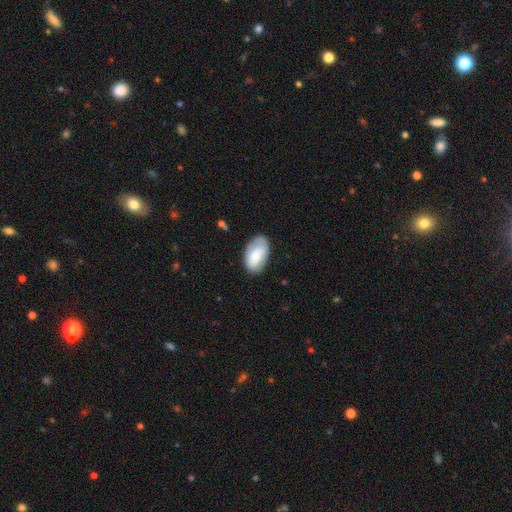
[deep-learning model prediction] Morphology: type=smooth (77%); roundness=in between (95%); merging=none (71%).